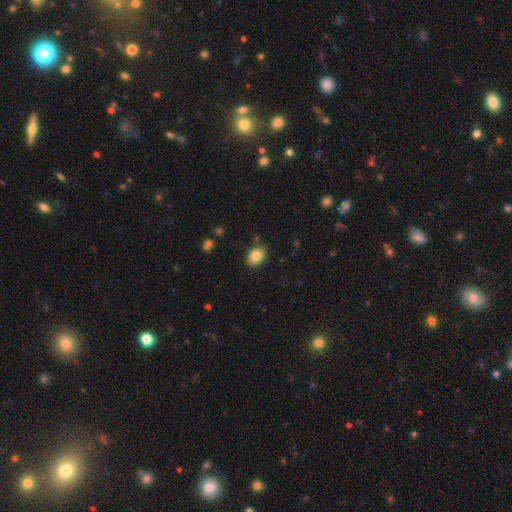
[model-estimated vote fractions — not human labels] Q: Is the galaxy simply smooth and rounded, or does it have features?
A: smooth — 82%.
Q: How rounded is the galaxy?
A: in between — 71%.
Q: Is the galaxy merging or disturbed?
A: none — 84%.